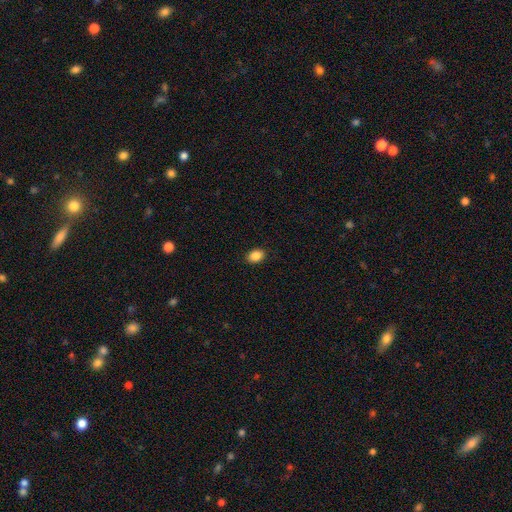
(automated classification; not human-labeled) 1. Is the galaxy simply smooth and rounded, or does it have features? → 88% smooth, 8% star or artifact, 3% featured or disk.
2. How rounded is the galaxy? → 75% in between, 24% round, 1% cigar-shaped.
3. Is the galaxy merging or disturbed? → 89% none, 8% minor disturbance, 2% major disturbance, 1% merger.